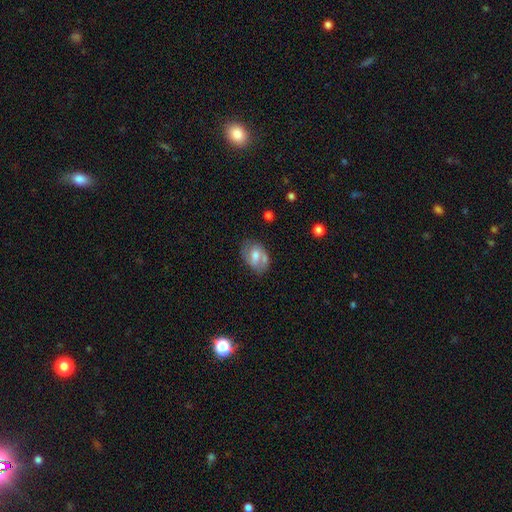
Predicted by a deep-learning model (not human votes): A smooth galaxy with no disk features (47%). Merging: none (56%).